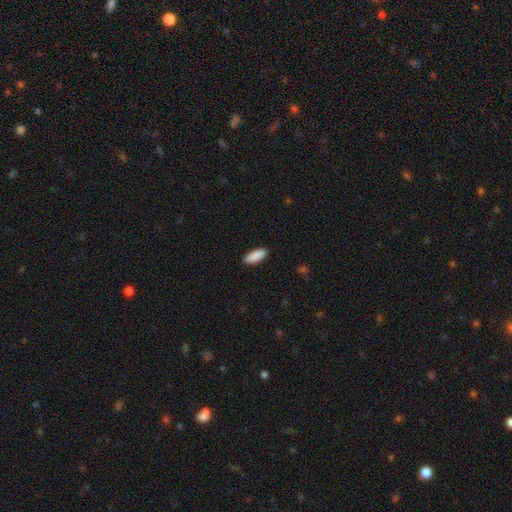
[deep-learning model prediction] smooth 91%, star or artifact 6%, featured or disk 3%. Down the decision tree: how rounded — in between (75%); merging — none (90%).